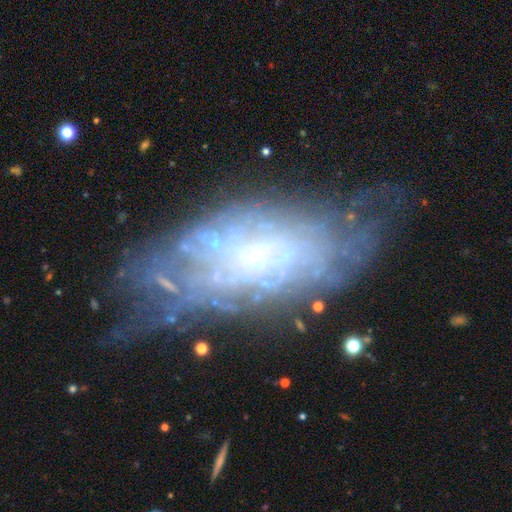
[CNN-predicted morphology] Overall: featured or disk (71%). Edge-on disk: no (90%). Bar: no (71%). Spiral arms: yes (66%; no 34%). Bulge size: small (66%). Merging: none (55%; minor disturbance 25%).